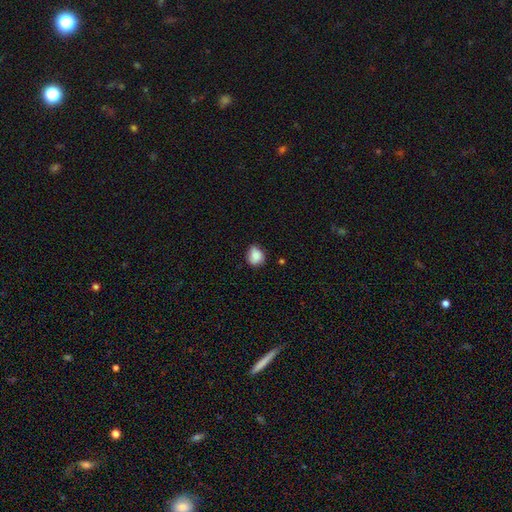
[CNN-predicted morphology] Smooth or featured? smooth (83%)
How rounded? round (67%)
Merging? none (66%)